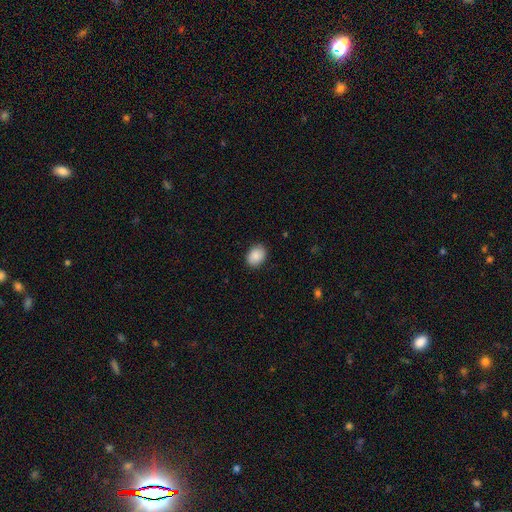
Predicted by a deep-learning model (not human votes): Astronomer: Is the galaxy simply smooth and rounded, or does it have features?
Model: smooth — 88%.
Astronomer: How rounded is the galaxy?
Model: in between — 67%.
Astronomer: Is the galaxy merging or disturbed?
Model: none — 87%.